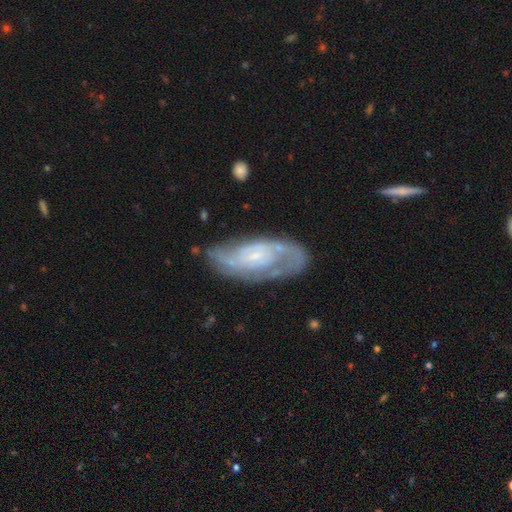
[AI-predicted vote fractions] The model was most divided on "spiral winding": tight: 44%, medium: 43%, loose: 14%. More confident: edge-on disk — no (94%); spiral arms — yes (94%); smooth or featured — featured or disk (84%); bulge size — small (76%); merging — none (69%); spiral arm count — 2 (67%); bar — no (64%).